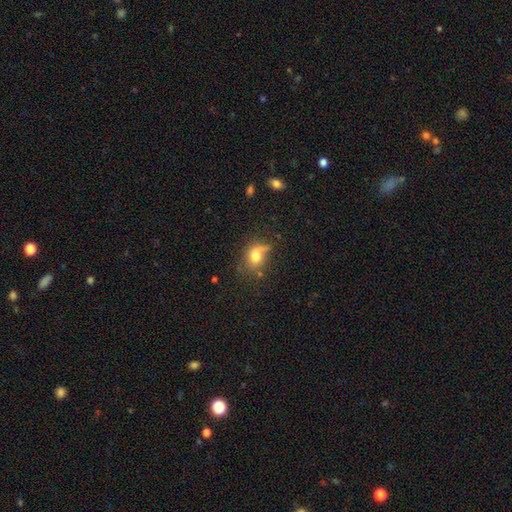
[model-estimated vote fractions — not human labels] smooth 72%, featured or disk 17%, star or artifact 12%. Down the decision tree: how rounded — in between (56%); merging — none (45%).